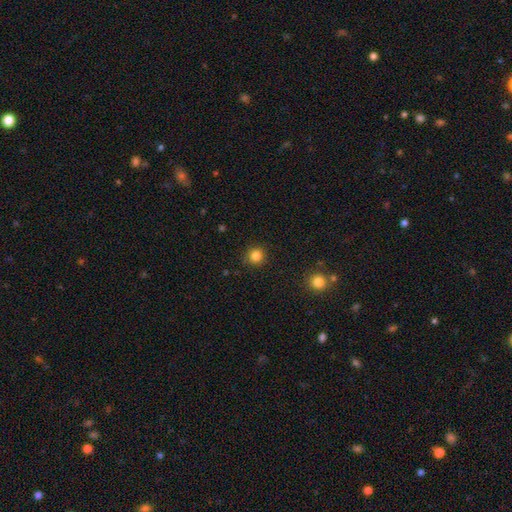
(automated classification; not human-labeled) The model was most divided on "smooth or featured": smooth: 83%, star or artifact: 13%, featured or disk: 4%. More confident: how rounded — round (94%); merging — none (91%).